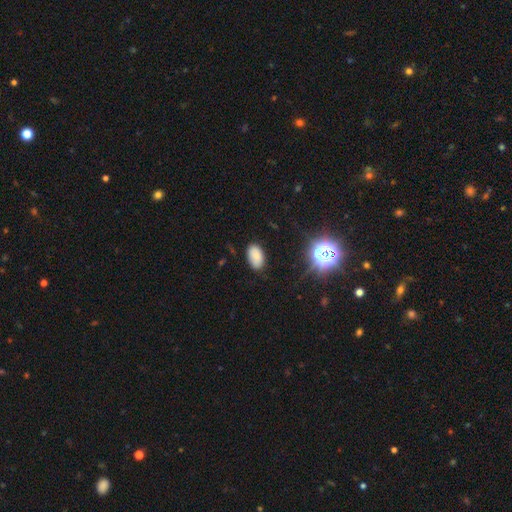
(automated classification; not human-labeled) Q: Smooth or featured?
A: smooth (80%); runner-up: star or artifact (13%)
Q: How rounded?
A: in between (93%); runner-up: round (6%)
Q: Merging?
A: none (83%); runner-up: minor disturbance (13%)